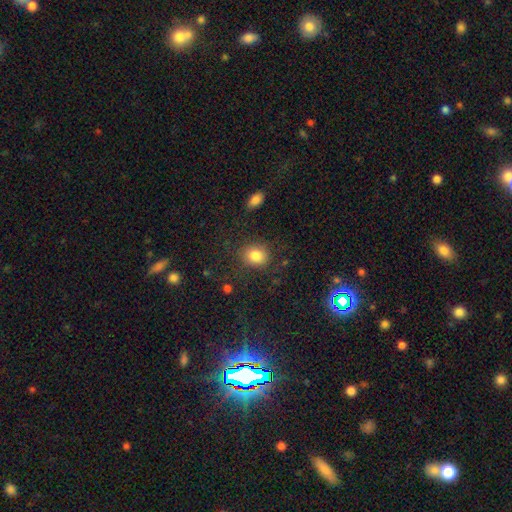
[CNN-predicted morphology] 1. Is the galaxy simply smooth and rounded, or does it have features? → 83% smooth, 10% star or artifact, 7% featured or disk.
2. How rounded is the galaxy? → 64% round, 35% in between, 1% cigar-shaped.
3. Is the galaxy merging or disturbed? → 80% none, 12% minor disturbance, 5% major disturbance, 2% merger.